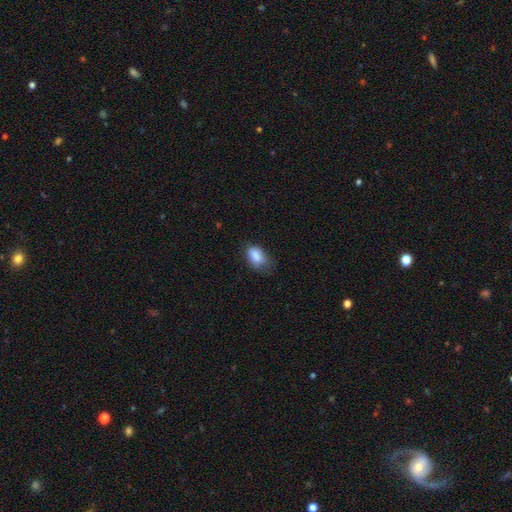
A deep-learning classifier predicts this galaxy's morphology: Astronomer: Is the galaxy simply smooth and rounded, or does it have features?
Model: smooth — 83%.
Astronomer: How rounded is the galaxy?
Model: in between — 89%.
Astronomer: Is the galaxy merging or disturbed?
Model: none — 51% (runner-up: minor disturbance, 35%).